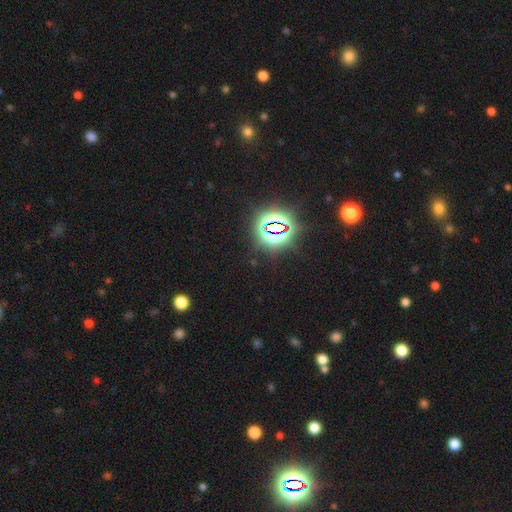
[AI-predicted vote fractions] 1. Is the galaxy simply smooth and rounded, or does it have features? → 80% star or artifact, 13% smooth, 7% featured or disk.